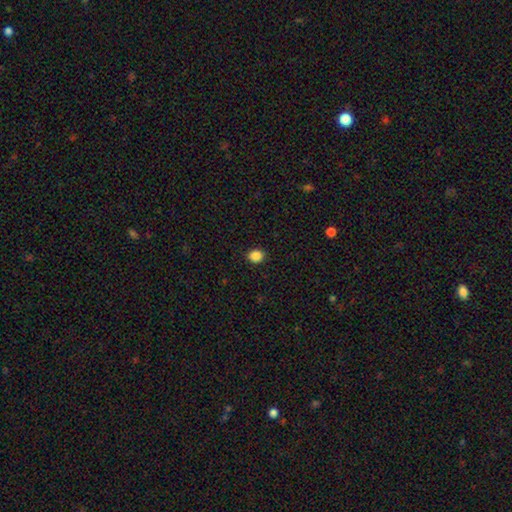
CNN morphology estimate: type=smooth (87%); roundness=round (64%); merging=none (90%).